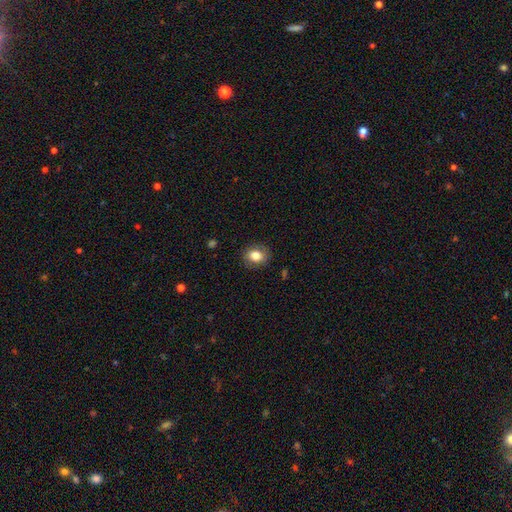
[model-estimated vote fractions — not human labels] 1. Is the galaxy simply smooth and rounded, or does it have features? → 81% smooth, 10% featured or disk, 9% star or artifact.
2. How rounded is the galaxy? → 56% round, 43% in between, 1% cigar-shaped.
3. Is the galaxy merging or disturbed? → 86% none, 10% minor disturbance, 3% major disturbance, 1% merger.